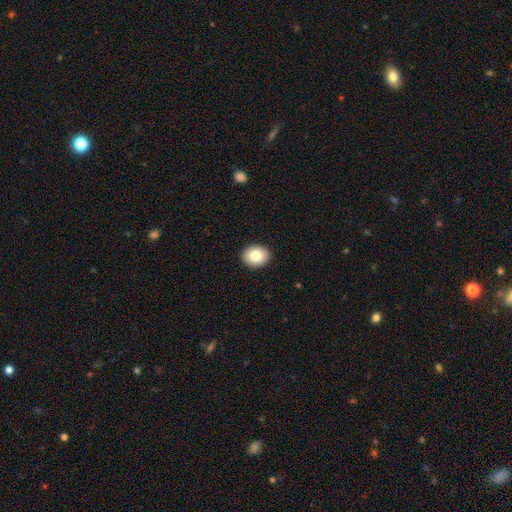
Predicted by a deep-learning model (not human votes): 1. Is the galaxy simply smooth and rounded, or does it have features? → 81% smooth, 10% featured or disk, 9% star or artifact.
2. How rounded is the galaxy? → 59% round, 41% in between, 1% cigar-shaped.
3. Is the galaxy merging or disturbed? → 92% none, 6% minor disturbance, 2% major disturbance, 1% merger.